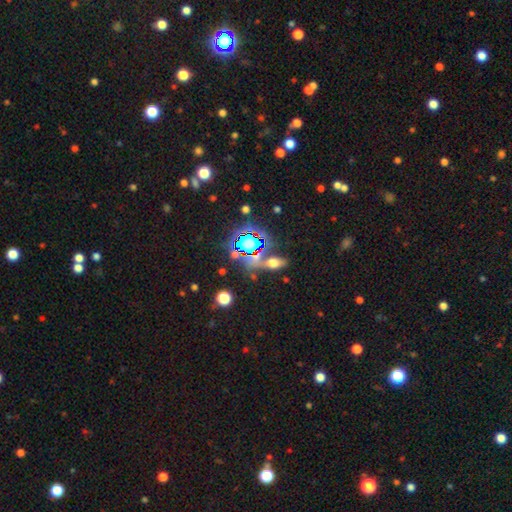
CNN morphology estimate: Smooth or featured? star or artifact (76%)